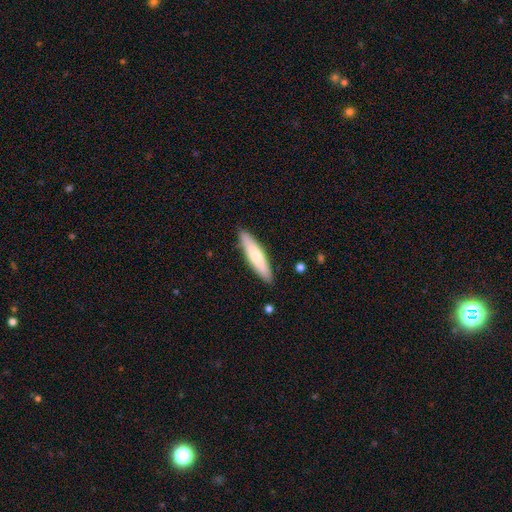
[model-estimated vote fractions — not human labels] Smooth or featured? smooth (65%)
How rounded? cigar-shaped (79%)
Merging? none (89%)